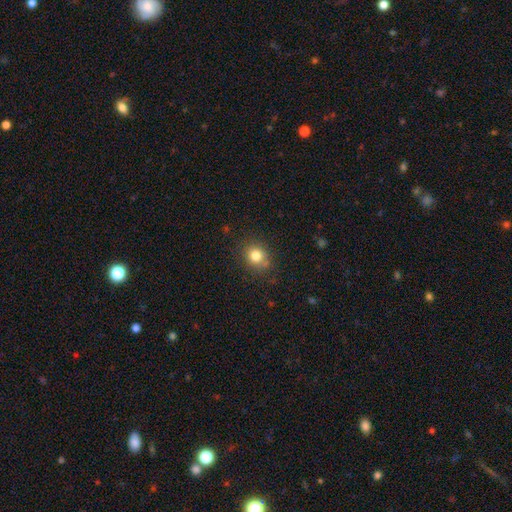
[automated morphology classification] smooth 80%, star or artifact 12%, featured or disk 8%. Down the decision tree: how rounded — round (77%); merging — none (80%).